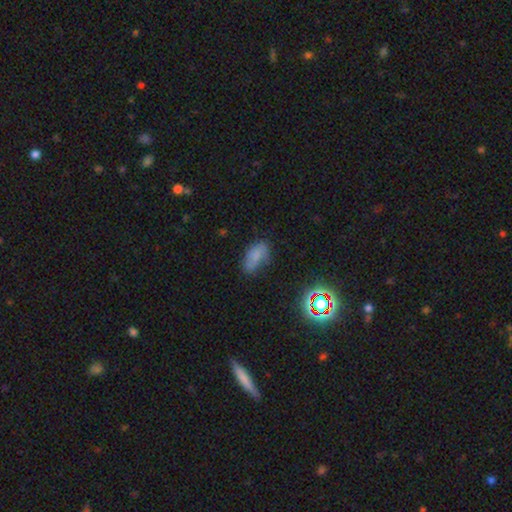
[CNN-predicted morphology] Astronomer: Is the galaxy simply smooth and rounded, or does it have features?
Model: smooth — 64%.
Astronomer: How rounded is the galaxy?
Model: in between — 89%.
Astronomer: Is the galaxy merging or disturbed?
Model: none — 53% (runner-up: minor disturbance, 30%).